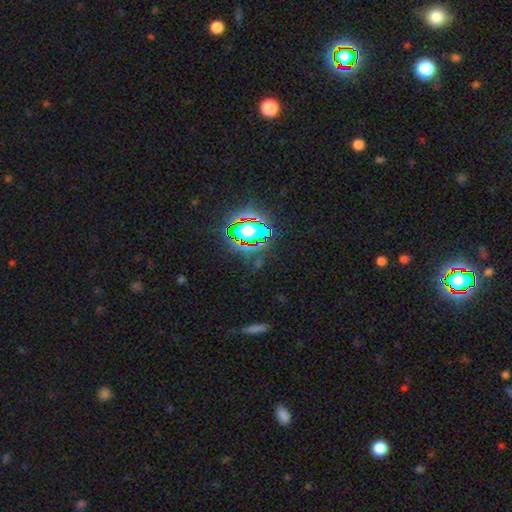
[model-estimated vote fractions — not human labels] Q: Smooth or featured?
A: star or artifact (75%); runner-up: smooth (15%)